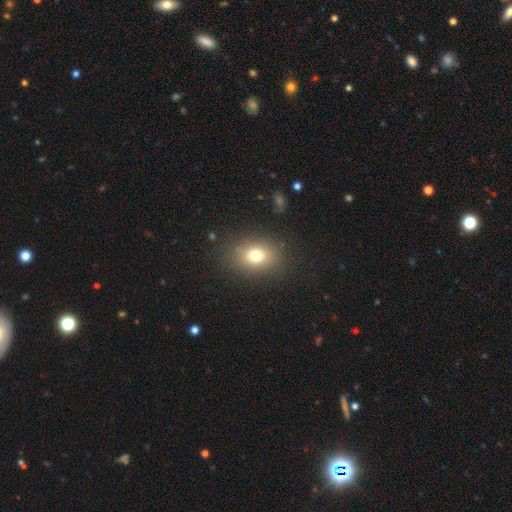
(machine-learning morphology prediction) Smooth or featured: smooth — 74% (star or artifact — 13%)
How rounded: in between — 61% (round — 38%)
Merging: none — 83% (minor disturbance — 10%)